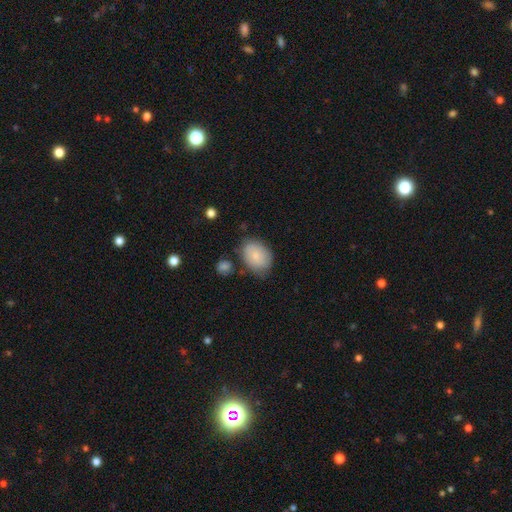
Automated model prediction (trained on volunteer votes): A smooth galaxy with no disk features (77%) that is in between round and cigar-shaped (74%). Merging: none (64%).